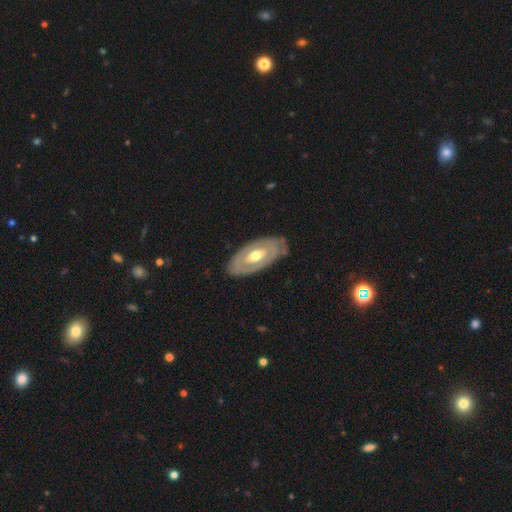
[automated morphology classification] Smooth or featured? Predicted: featured or disk (p=0.65). Edge-on disk? Predicted: no (p=0.87). Bar? Predicted: no (p=0.75). Spiral arms? Predicted: no (p=0.73). Bulge size? Predicted: moderate (p=0.73). Merging? Predicted: none (p=0.78).